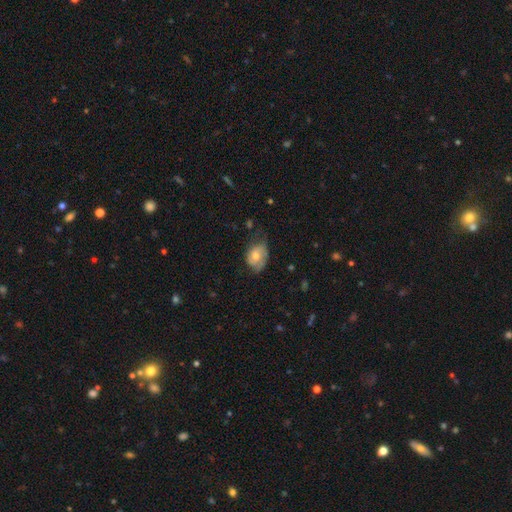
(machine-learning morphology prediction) Q: Smooth or featured?
A: smooth (52%); runner-up: featured or disk (40%)
Q: How rounded?
A: in between (74%); runner-up: round (24%)
Q: Merging?
A: none (41%); runner-up: minor disturbance (38%)